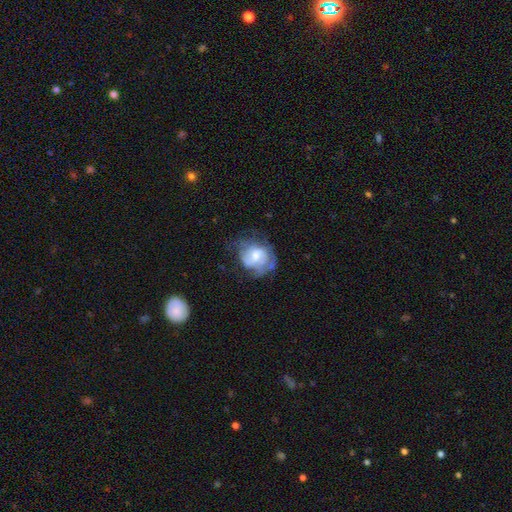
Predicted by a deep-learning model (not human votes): A featured or disk galaxy (58%) with no bar (58%), spiral arms (62%) and a moderate central bulge (61%). Merging: none (45%).